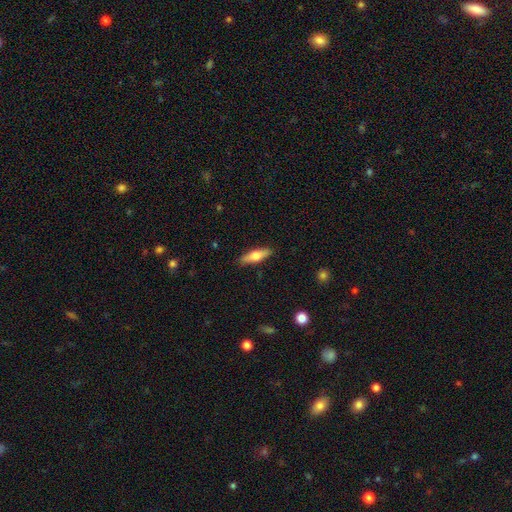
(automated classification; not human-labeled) The model was most divided on "how rounded": cigar-shaped: 56%, in between: 41%, round: 2%. More confident: merging — none (88%); smooth or featured — smooth (60%).